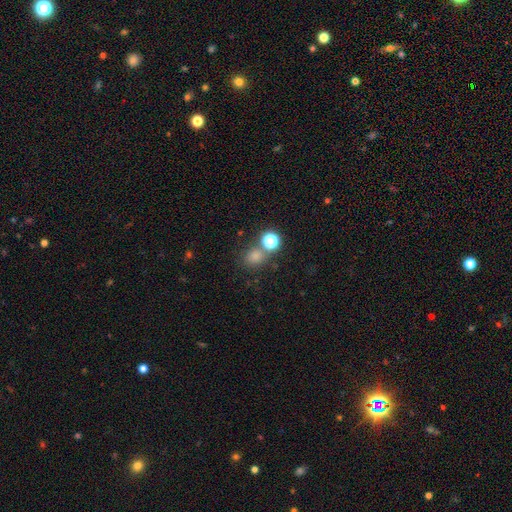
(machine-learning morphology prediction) smooth_or_featured: smooth (p=0.71) [alt: star or artifact p=0.22]
how_rounded: round (p=0.81) [alt: in between p=0.18]
merging: none (p=0.65) [alt: merger p=0.21]